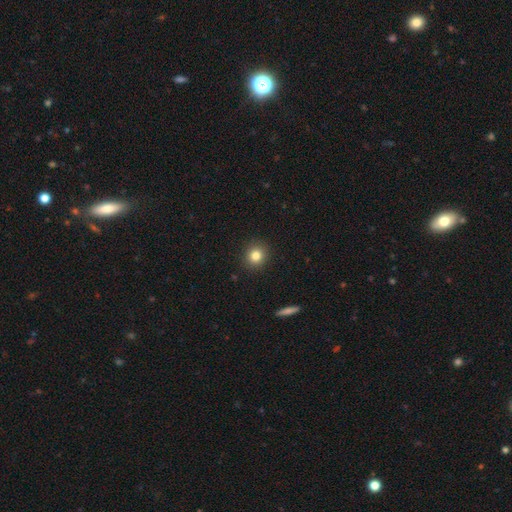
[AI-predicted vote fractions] A smooth galaxy with no disk features (81%) that is round (89%). Merging: none (91%).